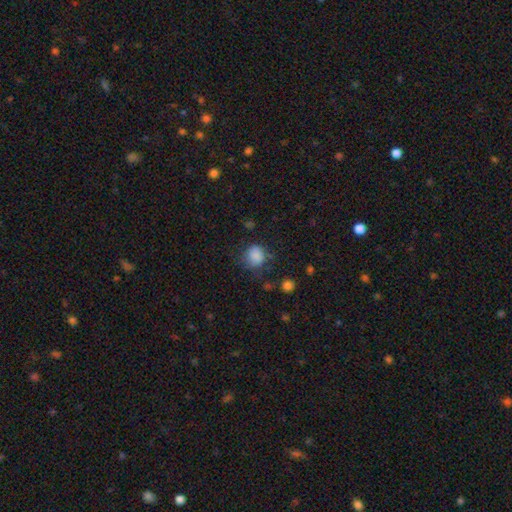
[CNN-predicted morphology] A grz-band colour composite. It shows a smooth galaxy with no disk features (83%) that is round (76%). Merging: none (60%).